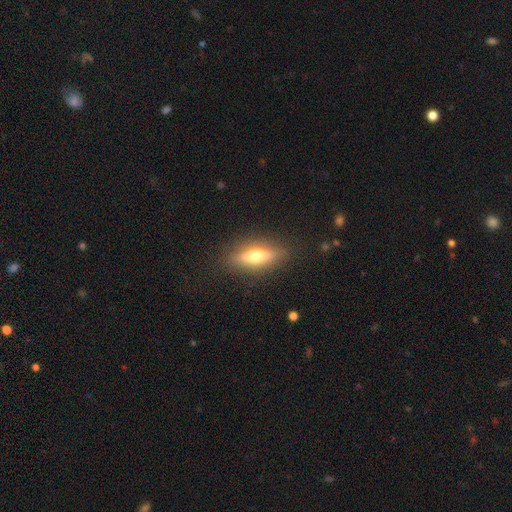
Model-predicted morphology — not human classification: This appears to be a smooth galaxy with no disk features (53%) that is cigar-shaped (51%). Merging: none (86%).